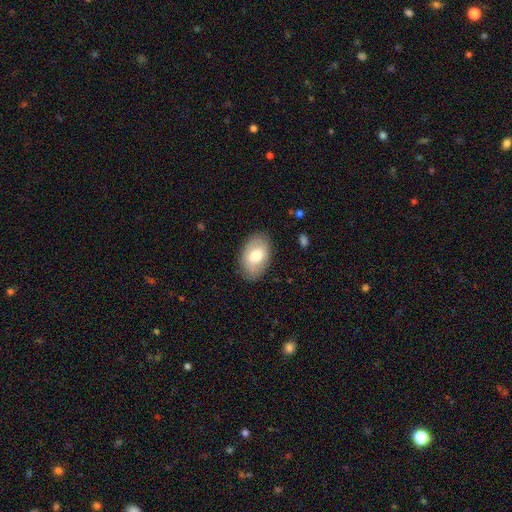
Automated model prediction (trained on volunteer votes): Smooth or featured? smooth (71%)
How rounded? in between (89%)
Merging? none (84%)